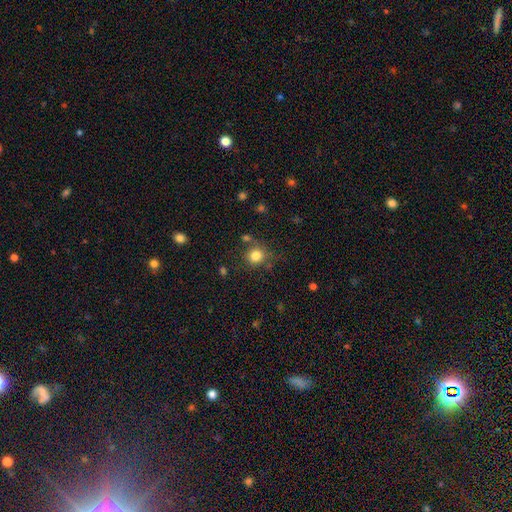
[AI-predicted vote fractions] Smooth or featured?
  - smooth: 81% *
  - star or artifact: 12%
  - featured or disk: 7%
How rounded?
  - round: 87% *
  - in between: 12%
  - cigar-shaped: 1%
Merging?
  - none: 72% *
  - minor disturbance: 14%
  - merger: 9%
  - major disturbance: 5%